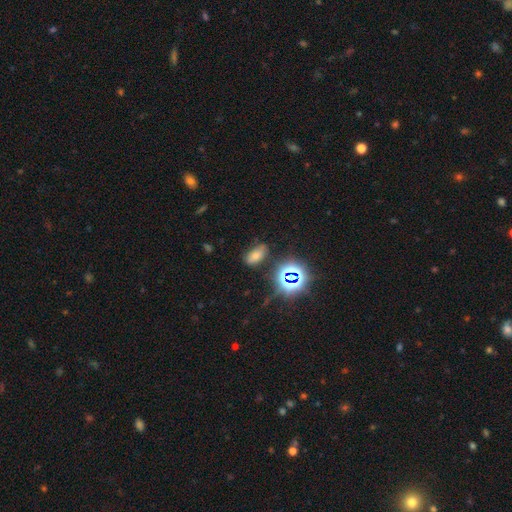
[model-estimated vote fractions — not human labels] smooth 57%, star or artifact 30%, featured or disk 13%. Down the decision tree: how rounded — in between (89%); merging — none (74%).